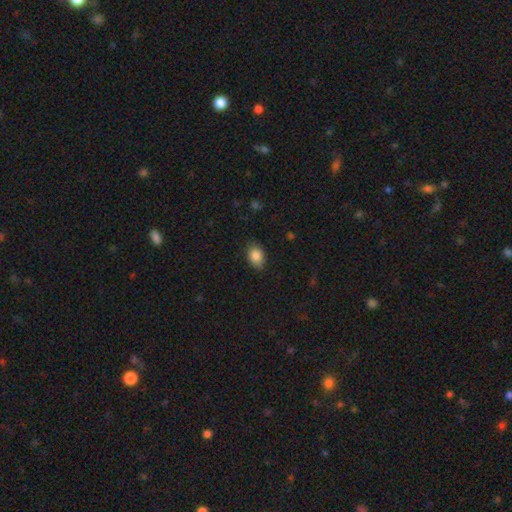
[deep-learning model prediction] A smooth galaxy with no disk features (86%) that is in between round and cigar-shaped (75%). Merging: none (82%).